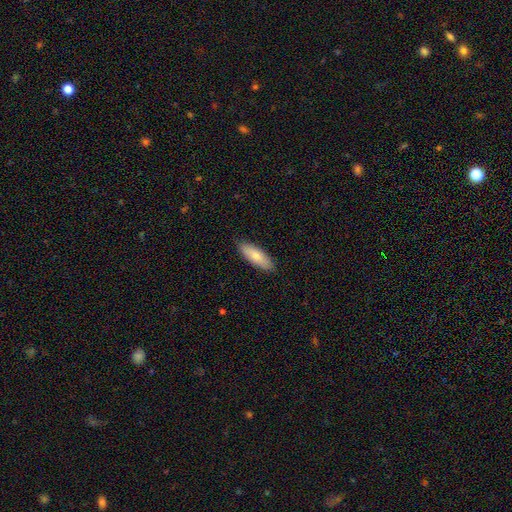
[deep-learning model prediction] smooth_or_featured: smooth (p=0.75) [alt: featured or disk p=0.19]
how_rounded: in between (p=0.62) [alt: cigar-shaped p=0.36]
merging: none (p=0.87) [alt: minor disturbance p=0.10]